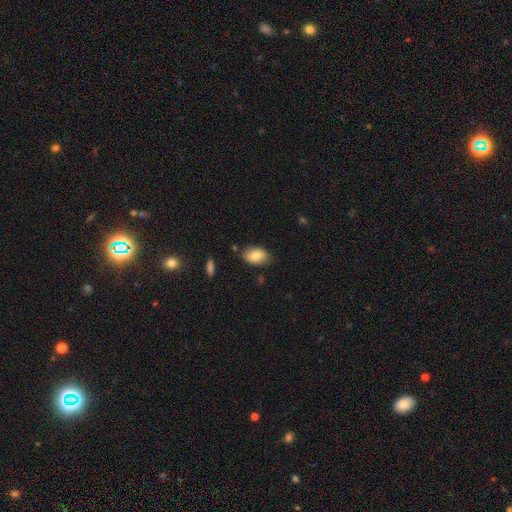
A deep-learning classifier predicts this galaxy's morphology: smooth_or_featured: smooth (p=0.83) [alt: featured or disk p=0.10]
how_rounded: in between (p=0.90) [alt: round p=0.08]
merging: none (p=0.80) [alt: minor disturbance p=0.15]